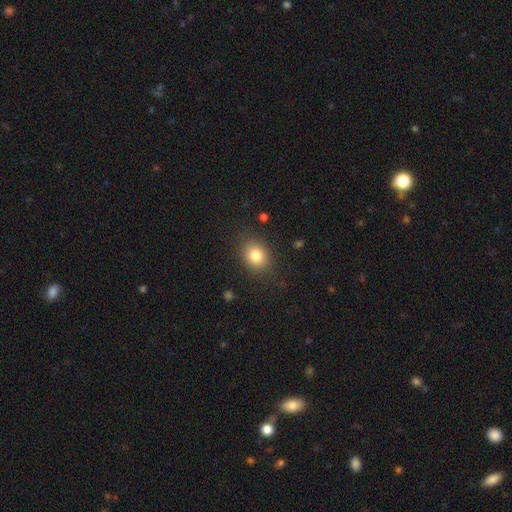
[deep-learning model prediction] The model was most divided on "how rounded": in between: 54%, round: 45%, cigar-shaped: 1%. More confident: merging — none (85%); smooth or featured — smooth (82%).